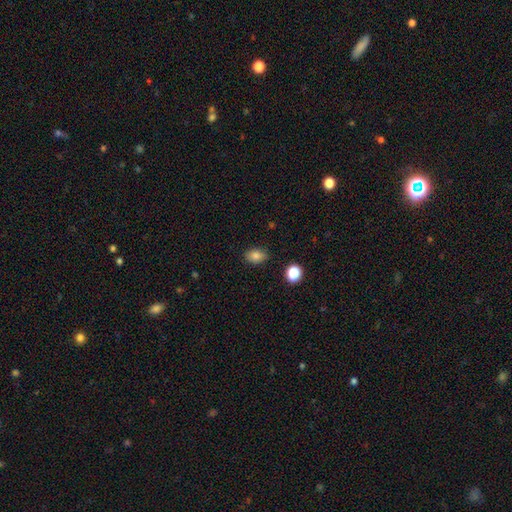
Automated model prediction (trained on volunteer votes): Morphology: type=smooth (82%); roundness=in between (71%); merging=none (84%).